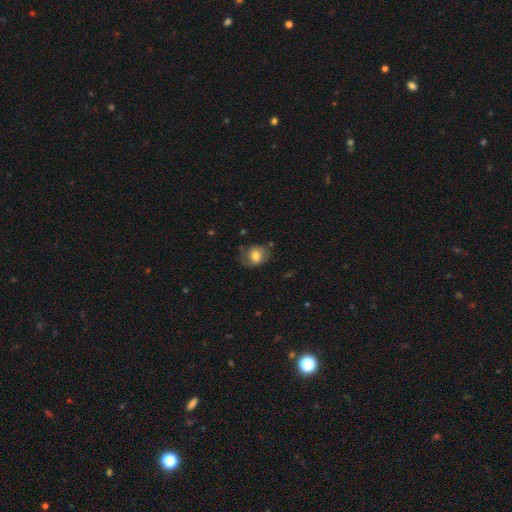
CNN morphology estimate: Q: Smooth or featured?
A: smooth (72%); runner-up: featured or disk (20%)
Q: How rounded?
A: round (52%); runner-up: in between (47%)
Q: Merging?
A: none (63%); runner-up: minor disturbance (25%)